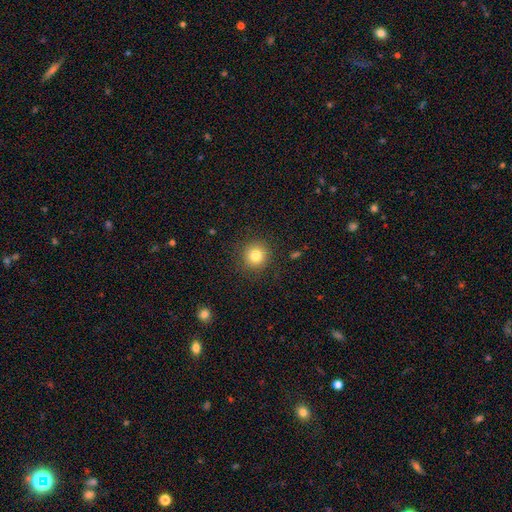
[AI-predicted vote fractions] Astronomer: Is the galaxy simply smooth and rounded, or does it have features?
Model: smooth — 81%.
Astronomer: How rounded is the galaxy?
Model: round — 93%.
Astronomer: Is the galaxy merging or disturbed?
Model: none — 89%.